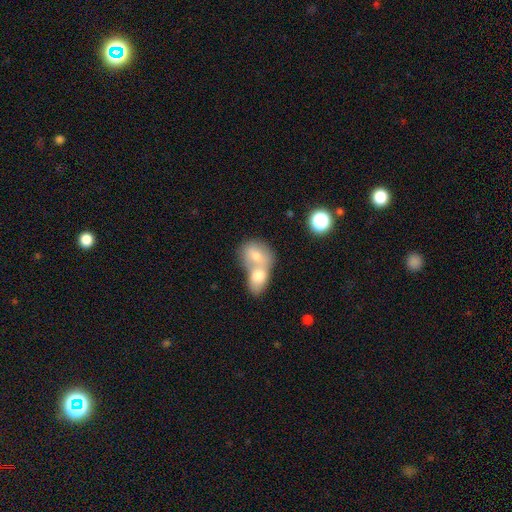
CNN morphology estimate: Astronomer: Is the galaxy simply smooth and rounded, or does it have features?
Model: smooth — 71%.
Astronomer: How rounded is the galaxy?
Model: in between — 64%.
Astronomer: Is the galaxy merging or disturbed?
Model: merger — 77%.